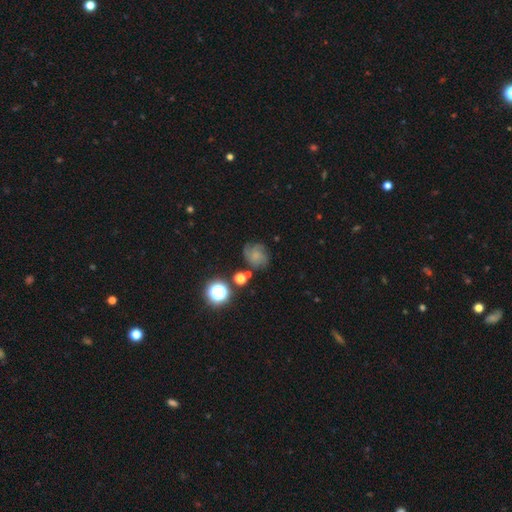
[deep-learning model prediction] Overall: featured or disk (51%; smooth 33%). Edge-on disk: no (97%). Merging: none (63%).